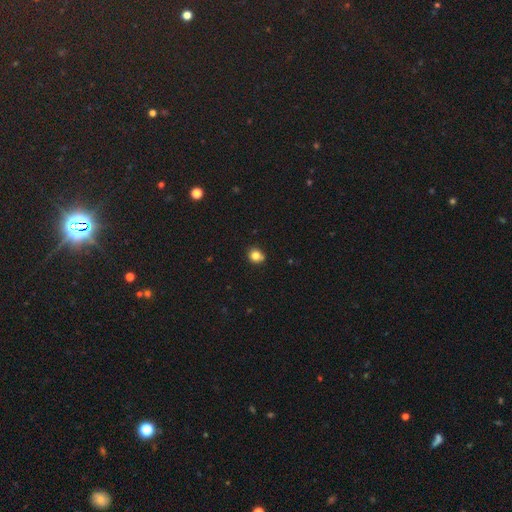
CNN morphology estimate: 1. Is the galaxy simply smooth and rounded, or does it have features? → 81% smooth, 12% star or artifact, 7% featured or disk.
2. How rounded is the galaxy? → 74% round, 25% in between, 1% cigar-shaped.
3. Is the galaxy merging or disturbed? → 76% none, 15% minor disturbance, 7% merger, 3% major disturbance.